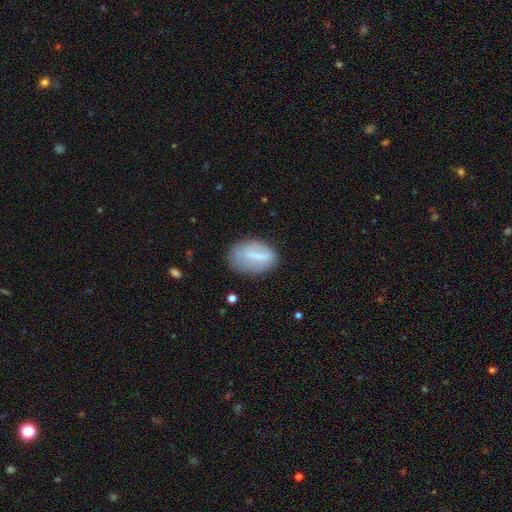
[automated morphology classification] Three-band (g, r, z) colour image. It shows a smooth galaxy with no disk features (56%) that is in between round and cigar-shaped (80%). Merging: none (66%).